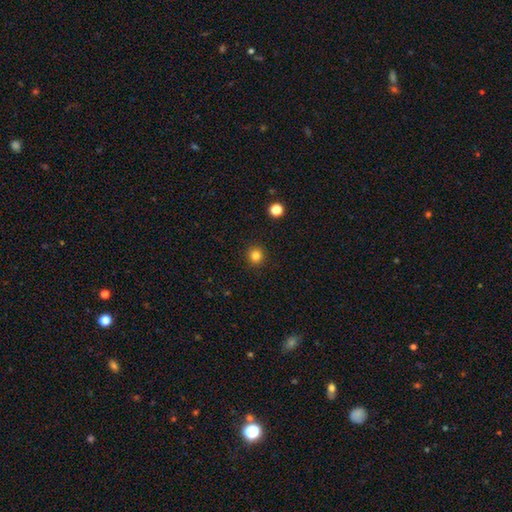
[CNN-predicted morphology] A smooth galaxy with no disk features (82%) that is round (94%).

Vote fractions:
- Smooth or featured? smooth: 82% / star or artifact: 13% / featured or disk: 5%
- How rounded? round: 94% / in between: 5% / cigar-shaped: 1%
- Merging? none: 92% / minor disturbance: 5% / major disturbance: 2% / merger: 1%